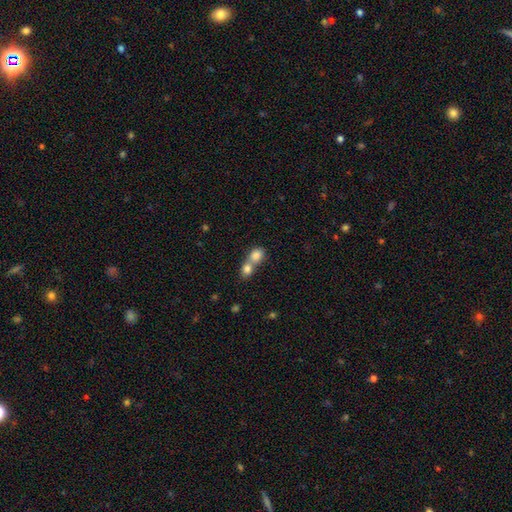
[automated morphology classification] This is clearly a smooth galaxy (81%). How rounded: possibly round (51%). Merging: likely merger (72%).